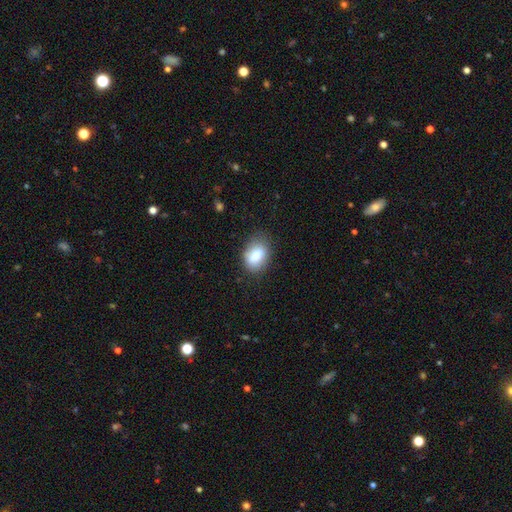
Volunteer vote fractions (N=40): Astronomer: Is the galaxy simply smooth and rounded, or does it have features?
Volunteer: smooth — 90%.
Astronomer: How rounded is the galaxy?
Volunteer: in between — 89%.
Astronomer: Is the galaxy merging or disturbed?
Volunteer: none — 72%.